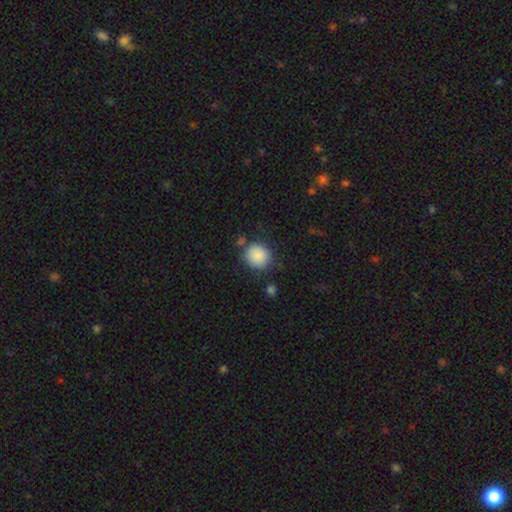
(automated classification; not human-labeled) Overall: smooth (88%). How rounded: round (84%). Merging: none (76%).